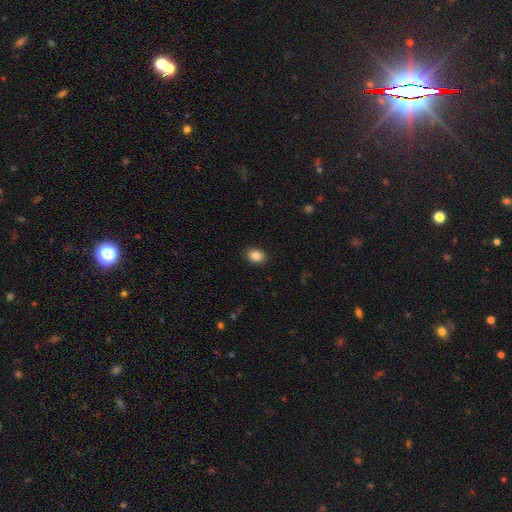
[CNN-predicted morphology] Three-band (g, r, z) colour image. It shows a smooth galaxy with no disk features (87%) that is in between round and cigar-shaped (64%). Merging: none (90%).